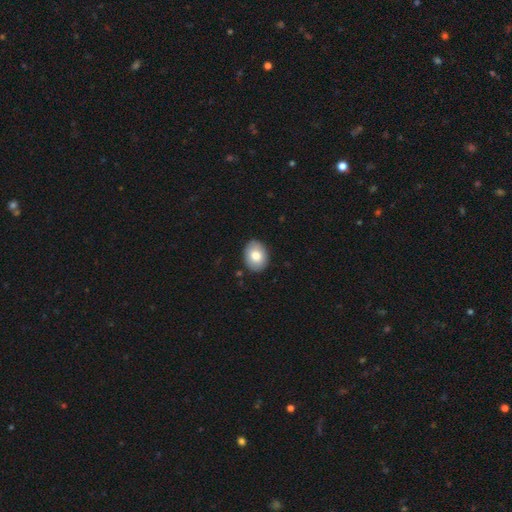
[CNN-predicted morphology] type=smooth (80%); roundness=in between (68%); merging=none (88%).